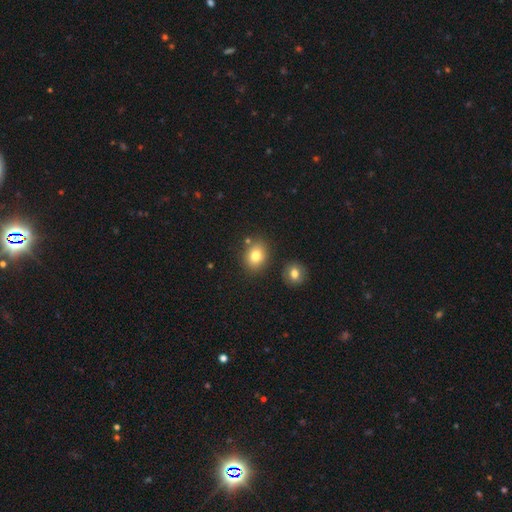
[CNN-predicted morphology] type=smooth (80%); roundness=round (54%); merging=none (79%).